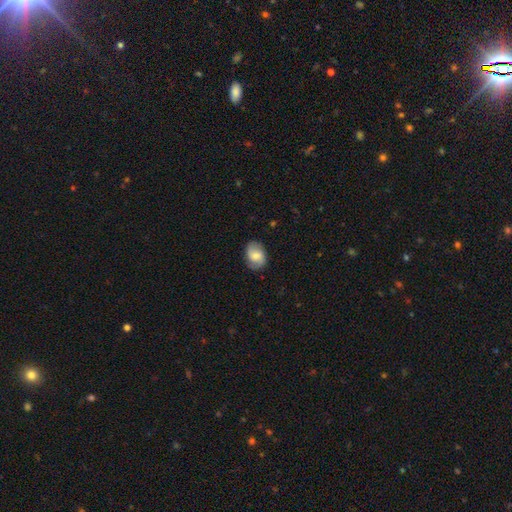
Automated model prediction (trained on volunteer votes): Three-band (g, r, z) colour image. It shows a featured or disk galaxy (47%). Merging: none (77%).